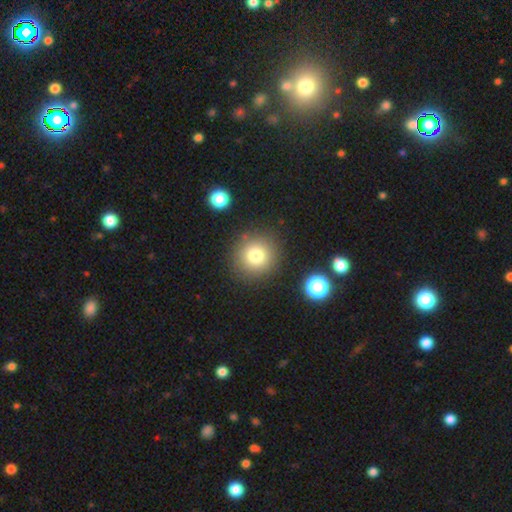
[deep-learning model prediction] Smooth or featured? Predicted: smooth (p=0.78). How rounded? Predicted: round (p=0.94). Merging? Predicted: none (p=0.87).